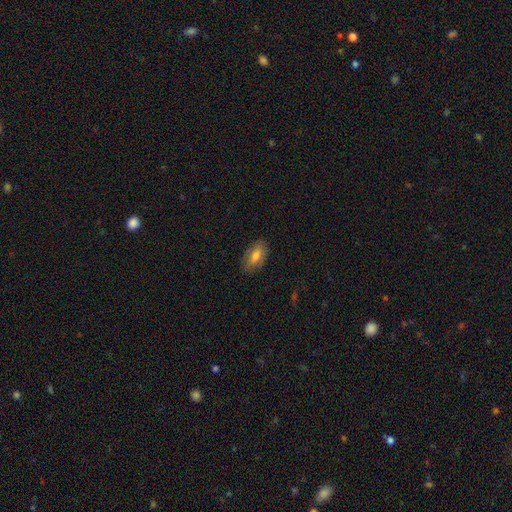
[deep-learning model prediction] A smooth galaxy with no disk features (73%) that is in between round and cigar-shaped (91%).

Vote fractions:
- Smooth or featured? smooth: 73% / featured or disk: 20% / star or artifact: 8%
- How rounded? in between: 91% / round: 5% / cigar-shaped: 5%
- Merging? none: 83% / minor disturbance: 13% / major disturbance: 3% / merger: 1%